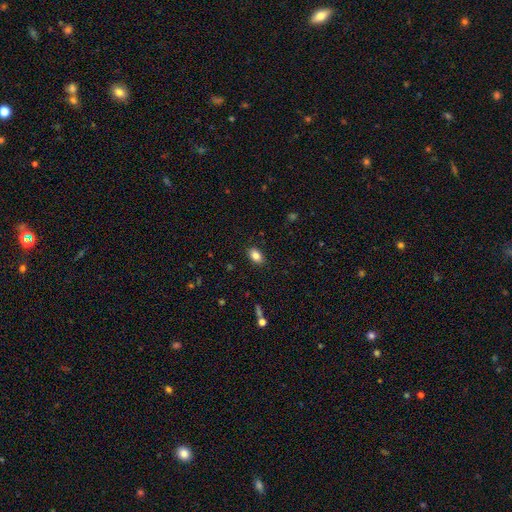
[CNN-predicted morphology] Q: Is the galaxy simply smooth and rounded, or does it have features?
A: smooth — 84%.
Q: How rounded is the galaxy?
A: in between — 88%.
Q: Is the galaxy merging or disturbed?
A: none — 88%.